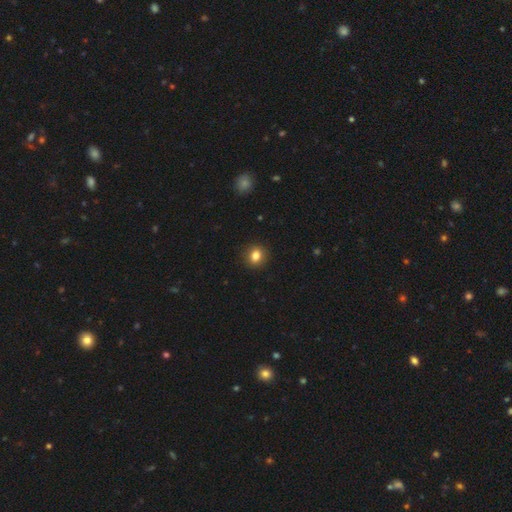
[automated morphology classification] This is clearly a smooth galaxy (84%). How rounded: likely round (73%). Merging: clearly none (90%).